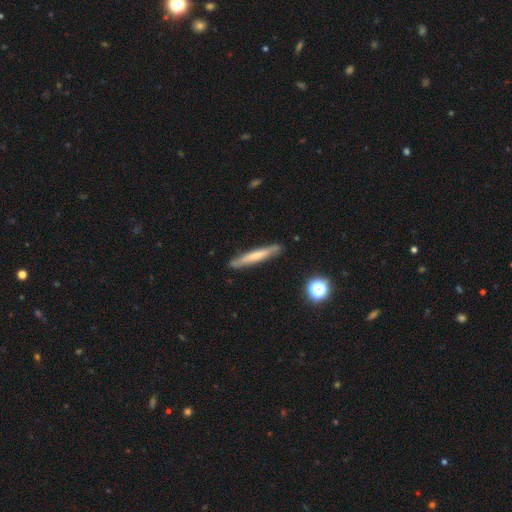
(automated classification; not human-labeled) smooth-or-featured: smooth: 52% | featured or disk: 41% | star or artifact: 7%
  how-rounded: cigar-shaped: 95% | in between: 4% | round: 1%
  merging: none: 87% | minor disturbance: 10% | major disturbance: 2% | merger: 2%